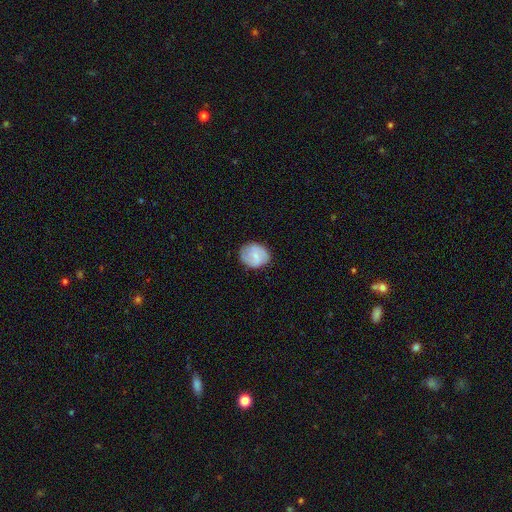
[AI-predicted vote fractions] A featured or disk galaxy (47%). Merging: none (79%).